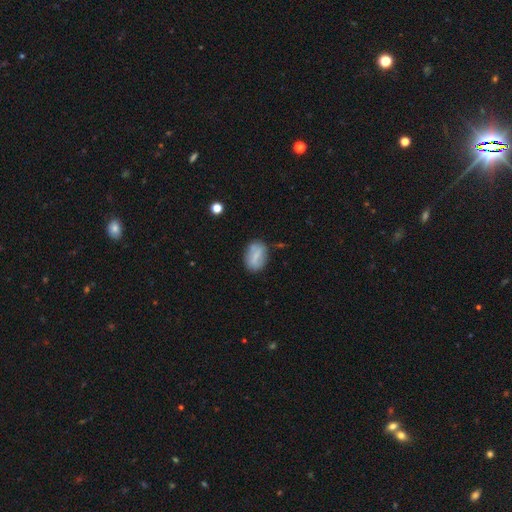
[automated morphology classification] smooth 67%, featured or disk 25%, star or artifact 8%. Down the decision tree: how rounded — in between (84%); merging — none (73%).